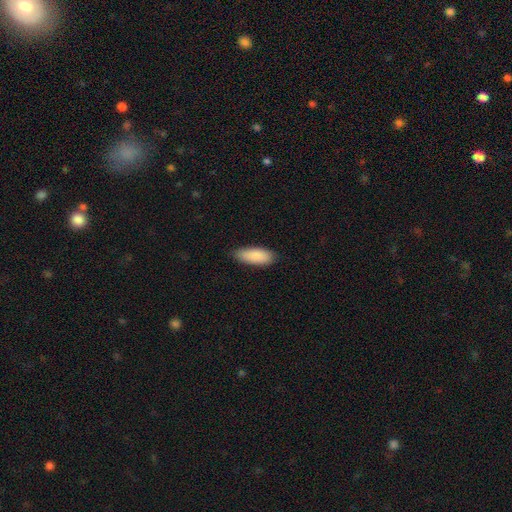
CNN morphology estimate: This appears to be a smooth galaxy with no disk features (89%) that is in between round and cigar-shaped (78%). Merging: none (84%).